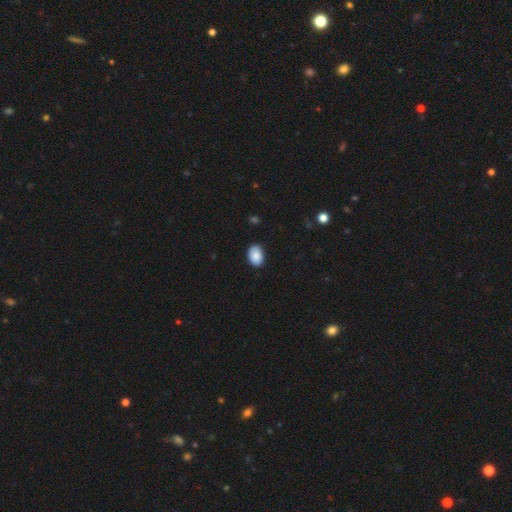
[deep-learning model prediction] Morphology: type=smooth (89%); roundness=in between (82%); merging=none (86%).